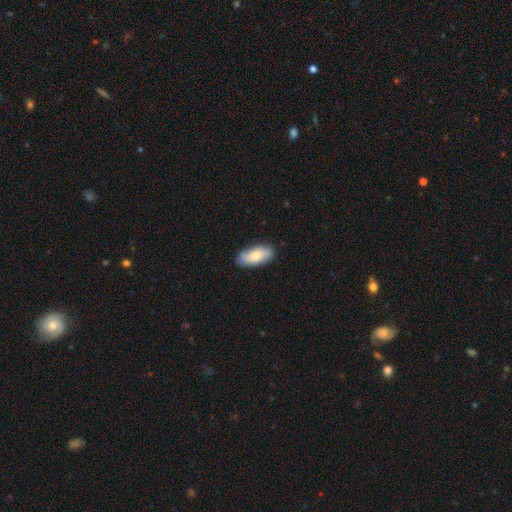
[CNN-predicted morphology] smooth 73%, featured or disk 22%, star or artifact 6%. Down the decision tree: how rounded — in between (88%); merging — none (80%).